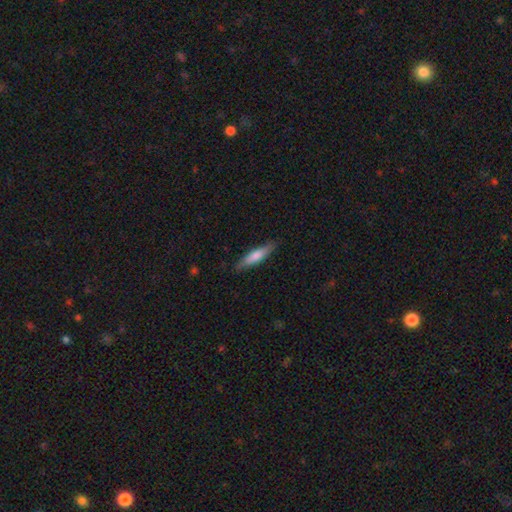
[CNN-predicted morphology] This is likely a smooth galaxy (70%). How rounded: clearly cigar-shaped (81%). Merging: clearly none (85%).